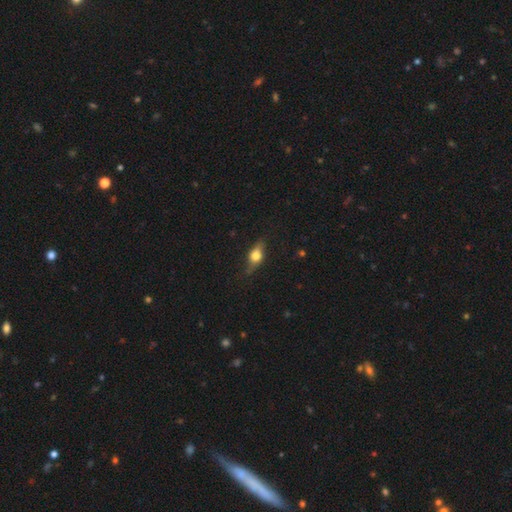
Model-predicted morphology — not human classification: This appears to be a smooth galaxy with no disk features (51%) that is in between round and cigar-shaped (63%). Merging: none (76%).